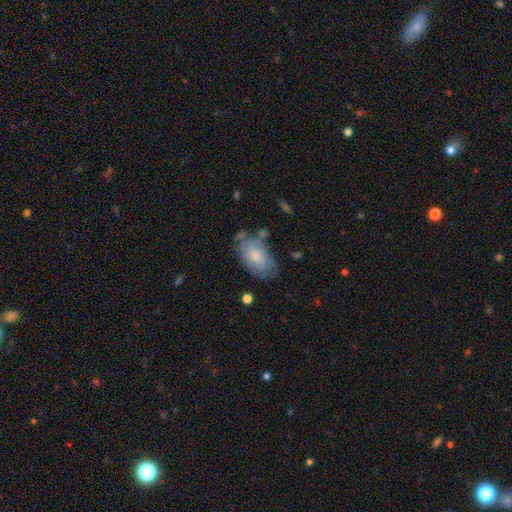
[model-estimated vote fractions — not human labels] Morphology: type=smooth (59%); roundness=in between (92%); merging=none (56%).